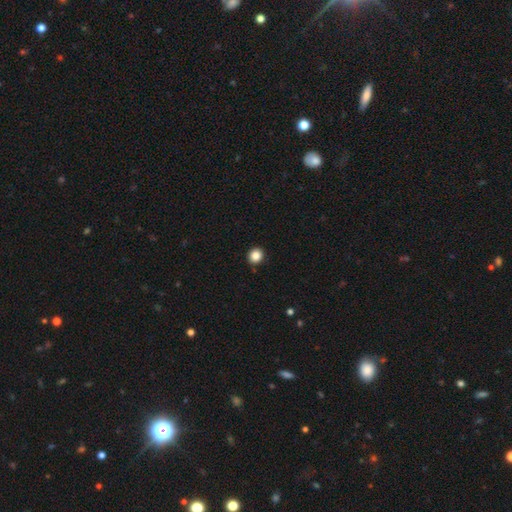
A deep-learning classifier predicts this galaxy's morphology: smooth_or_featured: smooth (p=0.86) [alt: star or artifact p=0.10]
how_rounded: round (p=0.86) [alt: in between p=0.13]
merging: none (p=0.92) [alt: minor disturbance p=0.05]